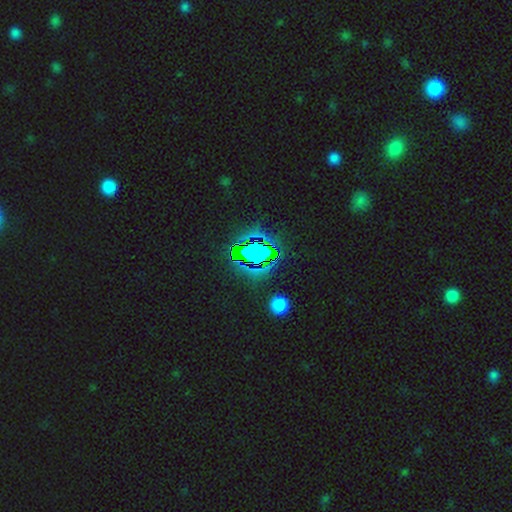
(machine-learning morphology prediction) Smooth or featured? Predicted: star or artifact (p=0.81).